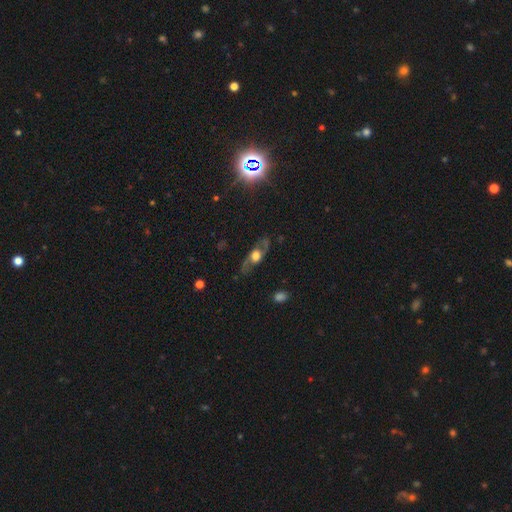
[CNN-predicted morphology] Smooth or featured?
  - featured or disk: 68% *
  - smooth: 24%
  - star or artifact: 8%
Edge-on disk?
  - no: 58% *
  - yes: 42%
Merging?
  - none: 77% *
  - minor disturbance: 14%
  - major disturbance: 8%
  - merger: 2%